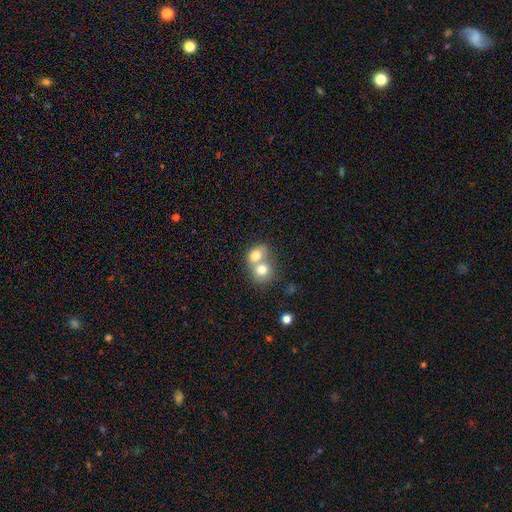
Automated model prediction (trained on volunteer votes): A smooth galaxy with no disk features (73%) that is round (62%).

Vote fractions:
- Smooth or featured? smooth: 73% / featured or disk: 18% / star or artifact: 9%
- How rounded? round: 62% / in between: 37% / cigar-shaped: 1%
- Merging? merger: 71% / none: 22% / minor disturbance: 5% / major disturbance: 3%